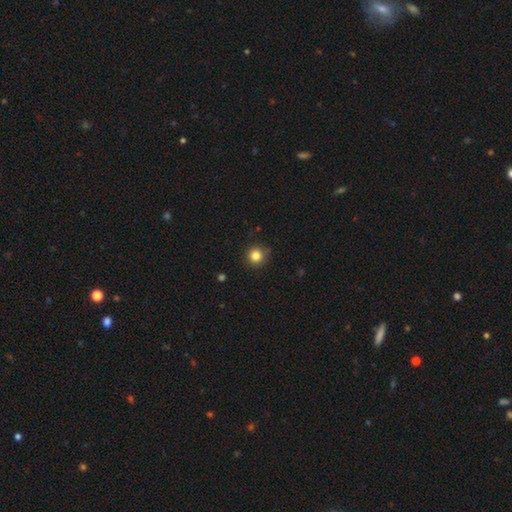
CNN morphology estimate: type=smooth (83%); roundness=round (94%); merging=none (88%).